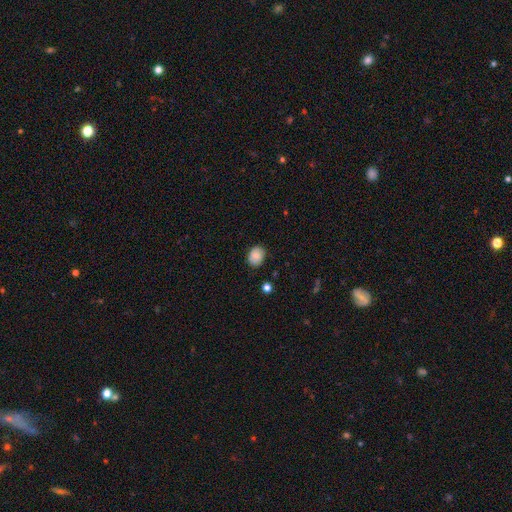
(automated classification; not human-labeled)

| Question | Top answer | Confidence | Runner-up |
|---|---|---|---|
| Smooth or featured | smooth | 85% | star or artifact (8%) |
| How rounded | round | 54% | in between (45%) |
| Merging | none | 84% | minor disturbance (12%) |